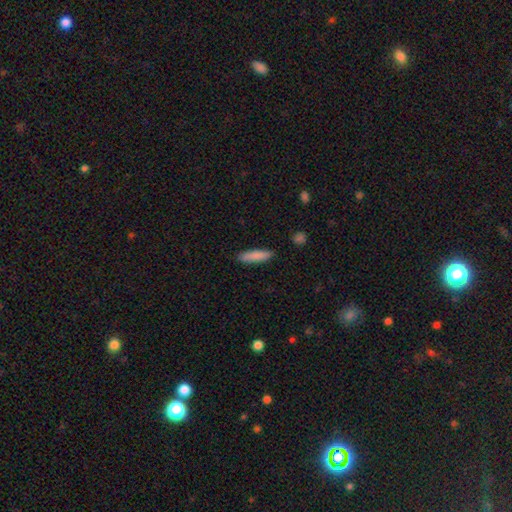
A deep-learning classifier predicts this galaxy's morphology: smooth 85%, featured or disk 9%, star or artifact 6%. Down the decision tree: how rounded — cigar-shaped (78%); merging — none (88%).